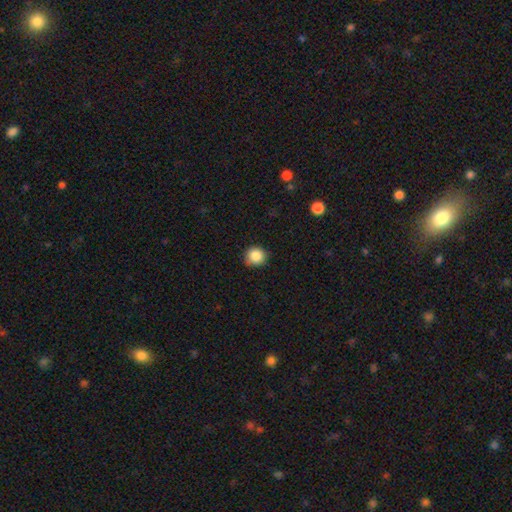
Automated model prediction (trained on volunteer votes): Smooth or featured?
  - smooth: 86% *
  - star or artifact: 10%
  - featured or disk: 4%
How rounded?
  - round: 91% *
  - in between: 8%
  - cigar-shaped: 1%
Merging?
  - none: 86% *
  - minor disturbance: 11%
  - major disturbance: 2%
  - merger: 1%